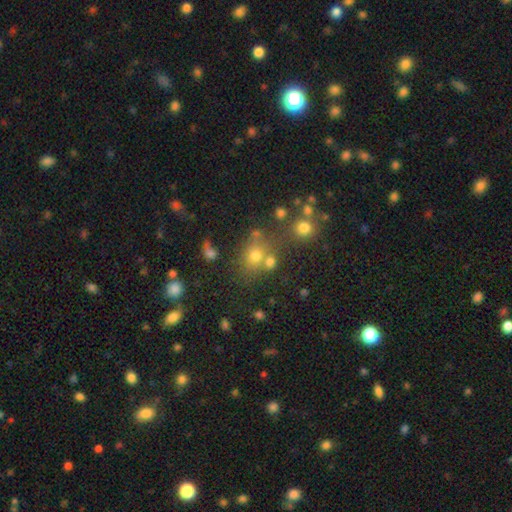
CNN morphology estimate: Smooth or featured? Predicted: smooth (p=0.66). How rounded? Predicted: round (p=0.66). Merging? Predicted: none (p=0.59).